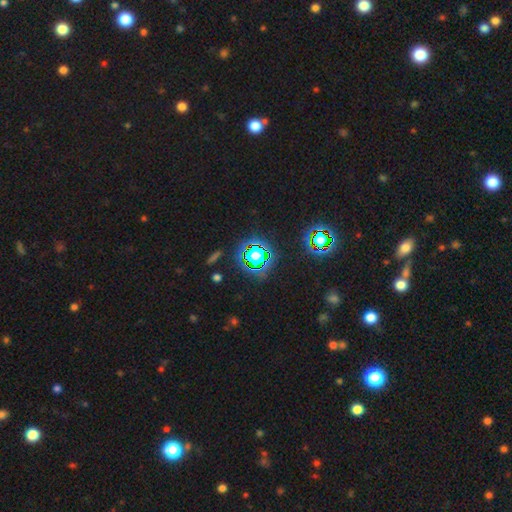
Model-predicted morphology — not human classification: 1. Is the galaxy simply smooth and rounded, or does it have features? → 61% star or artifact, 26% smooth, 12% featured or disk.